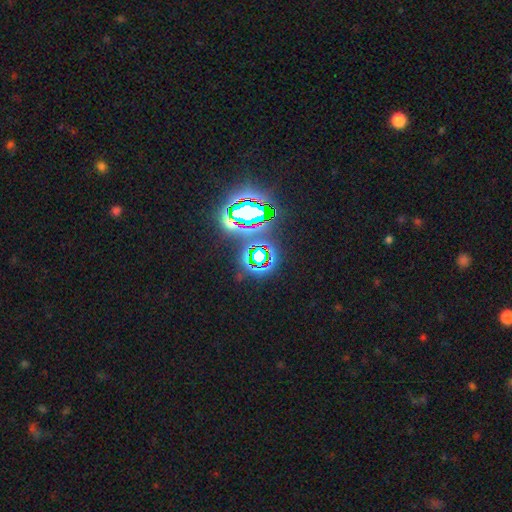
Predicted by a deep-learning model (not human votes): smooth_or_featured: star or artifact (p=0.78) [alt: smooth p=0.13]